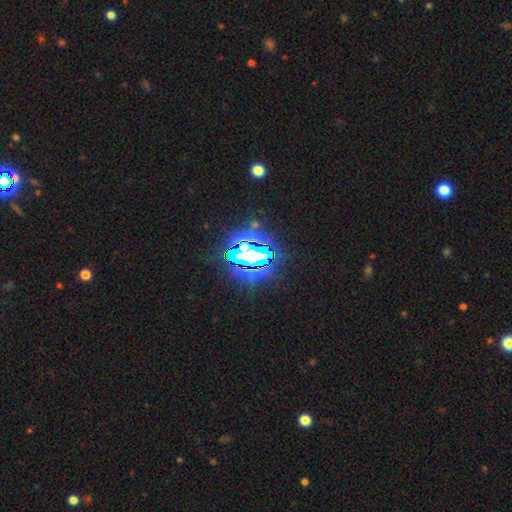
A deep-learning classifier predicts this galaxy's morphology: Overall: star or artifact (74%).